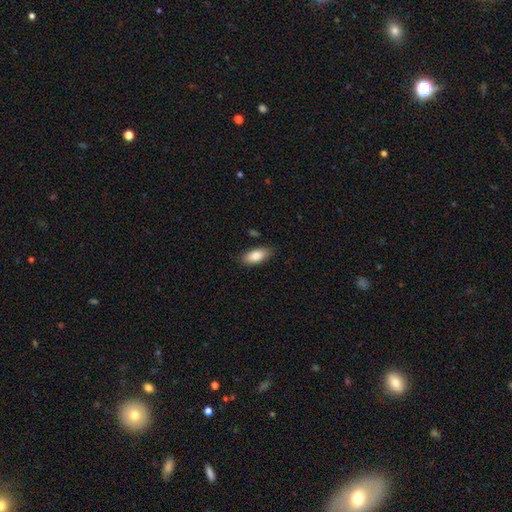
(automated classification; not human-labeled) The model was most divided on "merging": none: 84%, minor disturbance: 12%, major disturbance: 2%, merger: 2%. More confident: how rounded — in between (86%); smooth or featured — smooth (83%).